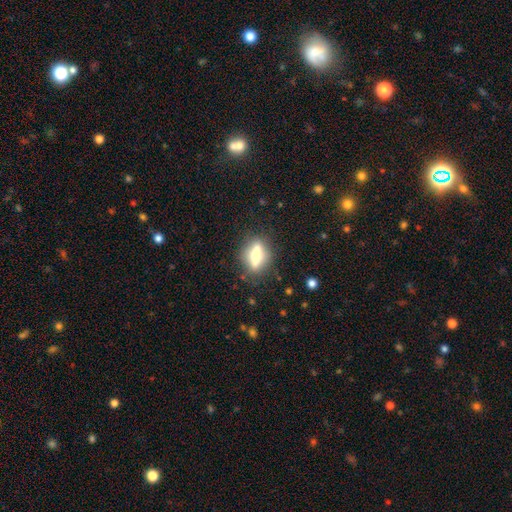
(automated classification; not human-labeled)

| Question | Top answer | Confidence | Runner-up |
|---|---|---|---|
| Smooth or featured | featured or disk | 48% | smooth (43%) |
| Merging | none | 83% | minor disturbance (10%) |